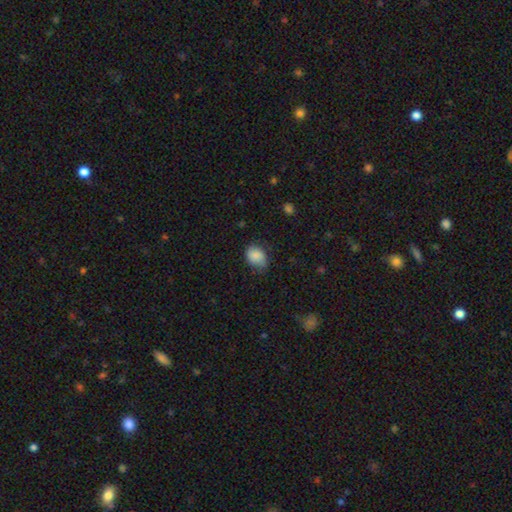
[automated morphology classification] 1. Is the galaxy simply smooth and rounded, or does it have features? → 85% smooth, 8% star or artifact, 7% featured or disk.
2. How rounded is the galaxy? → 62% in between, 37% round, 1% cigar-shaped.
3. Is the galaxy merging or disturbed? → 58% none, 33% minor disturbance, 8% major disturbance, 1% merger.